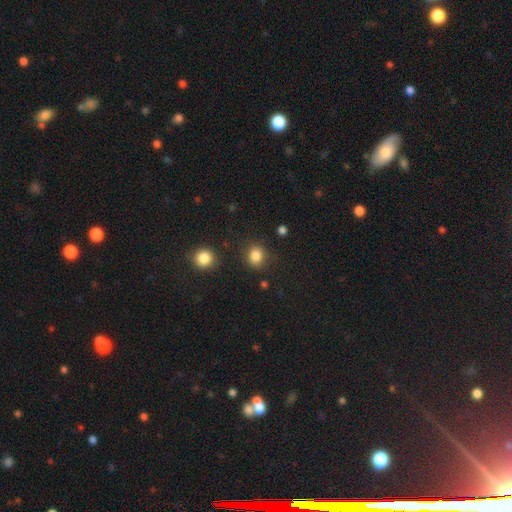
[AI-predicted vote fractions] Smooth or featured: smooth — 84% (star or artifact — 11%)
How rounded: round — 64% (in between — 35%)
Merging: none — 83% (minor disturbance — 11%)